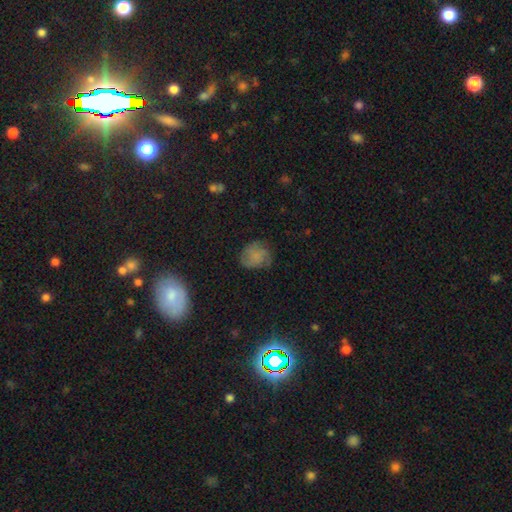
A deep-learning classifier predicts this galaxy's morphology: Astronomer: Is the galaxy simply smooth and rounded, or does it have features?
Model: smooth — 57% (runner-up: featured or disk, 32%).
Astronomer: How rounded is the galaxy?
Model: round — 67%.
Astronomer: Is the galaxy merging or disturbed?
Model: none — 62%.